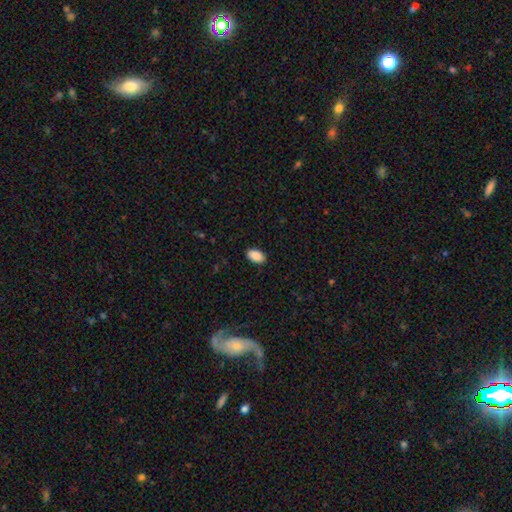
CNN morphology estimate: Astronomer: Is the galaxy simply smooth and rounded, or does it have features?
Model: smooth — 90%.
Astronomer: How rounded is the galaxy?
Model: in between — 94%.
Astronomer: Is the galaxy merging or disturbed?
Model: none — 88%.